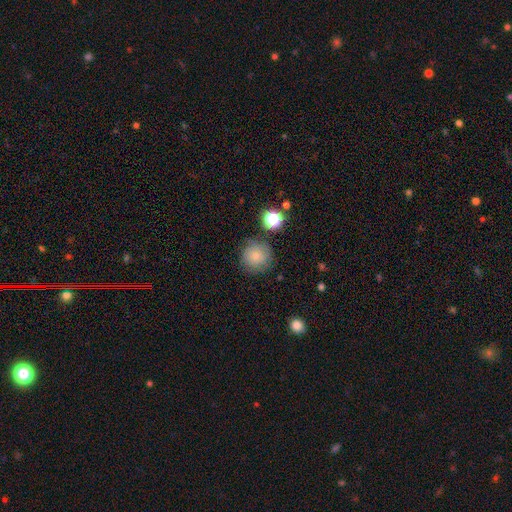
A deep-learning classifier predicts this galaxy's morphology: smooth_or_featured: smooth (p=0.76) [alt: star or artifact p=0.12]
how_rounded: round (p=0.94) [alt: in between p=0.05]
merging: none (p=0.77) [alt: minor disturbance p=0.14]